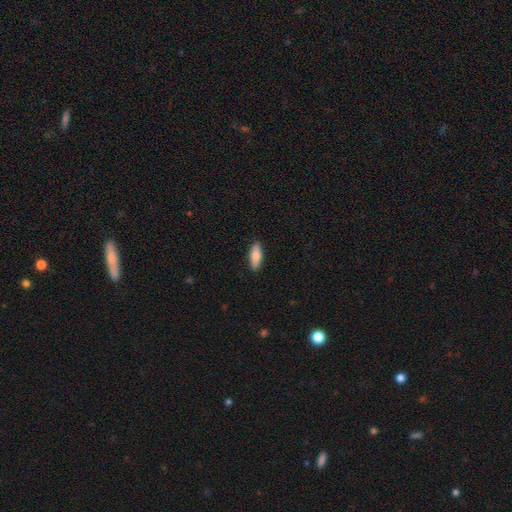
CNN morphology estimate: A smooth galaxy with no disk features (82%) that is in between round and cigar-shaped (69%). Merging: none (89%).